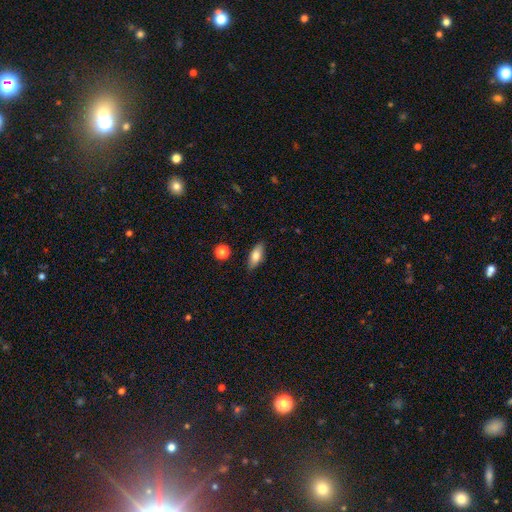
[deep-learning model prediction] Smooth or featured?
  - smooth: 76% *
  - featured or disk: 17%
  - star or artifact: 8%
How rounded?
  - in between: 75% *
  - cigar-shaped: 21%
  - round: 3%
Merging?
  - none: 85% *
  - minor disturbance: 11%
  - major disturbance: 2%
  - merger: 2%